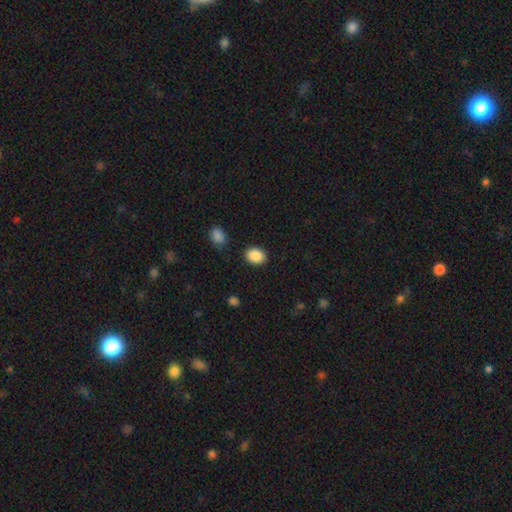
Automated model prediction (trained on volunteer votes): Smooth or featured? Predicted: smooth (p=0.89). How rounded? Predicted: in between (p=0.64). Merging? Predicted: none (p=0.86).